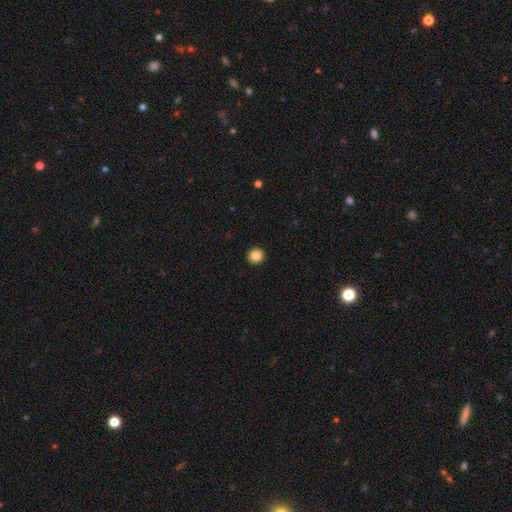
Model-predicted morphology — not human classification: smooth 86%, star or artifact 10%, featured or disk 5%. Down the decision tree: how rounded — round (93%); merging — none (94%).